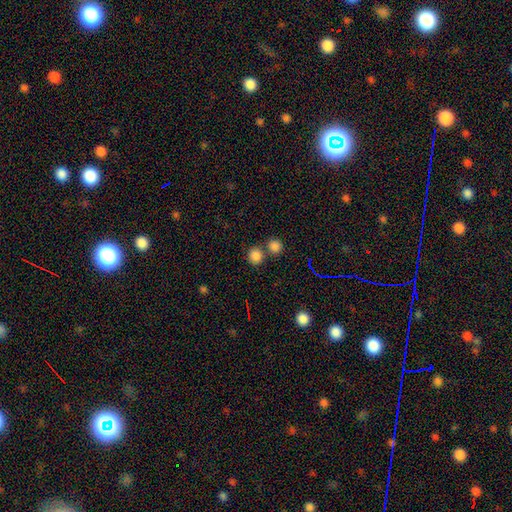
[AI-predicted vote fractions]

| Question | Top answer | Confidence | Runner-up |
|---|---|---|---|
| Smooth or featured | smooth | 83% | star or artifact (12%) |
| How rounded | round | 87% | in between (12%) |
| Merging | none | 65% | merger (25%) |